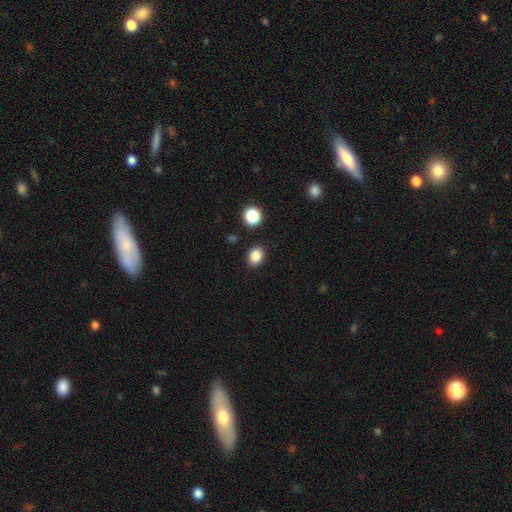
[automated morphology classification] This is clearly a smooth galaxy (86%). How rounded: possibly in between (58%). Merging: clearly none (86%).